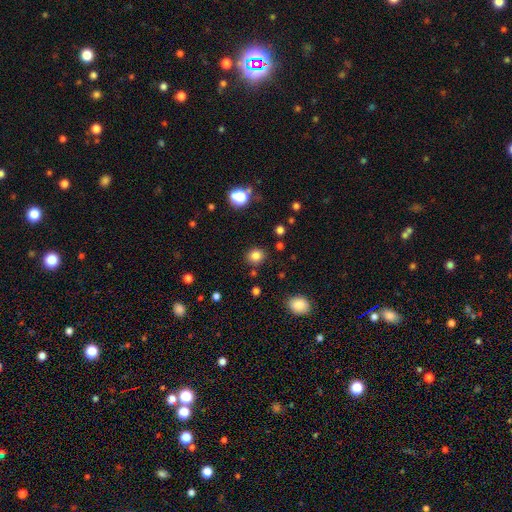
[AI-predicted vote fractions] A smooth galaxy with no disk features (82%) that is round (80%). Merging: none (86%).